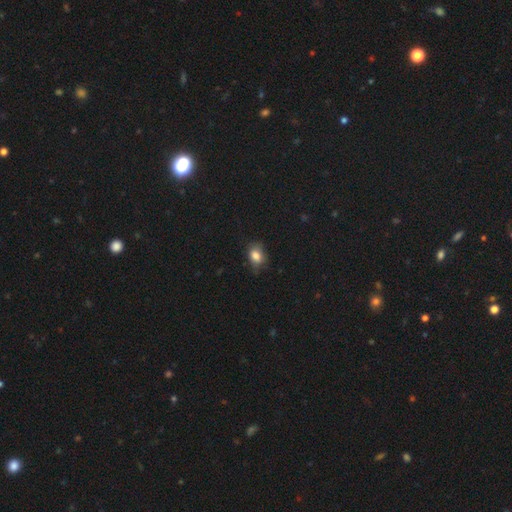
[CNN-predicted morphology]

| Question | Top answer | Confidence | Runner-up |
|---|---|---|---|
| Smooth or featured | smooth | 83% | star or artifact (9%) |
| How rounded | in between | 69% | round (30%) |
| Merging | none | 69% | minor disturbance (24%) |